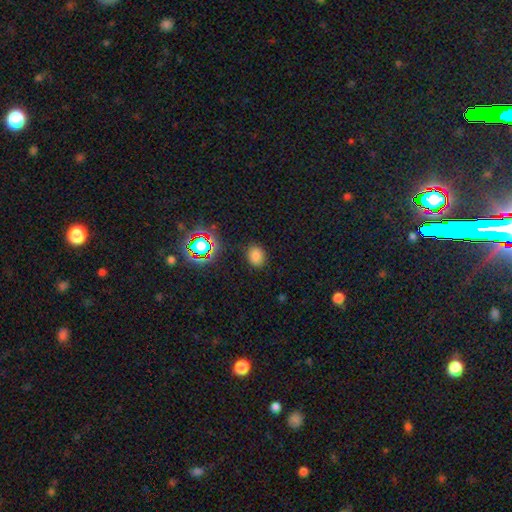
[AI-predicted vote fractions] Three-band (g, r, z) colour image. It shows a smooth galaxy with no disk features (75%) that is in between round and cigar-shaped (56%). Merging: none (84%).